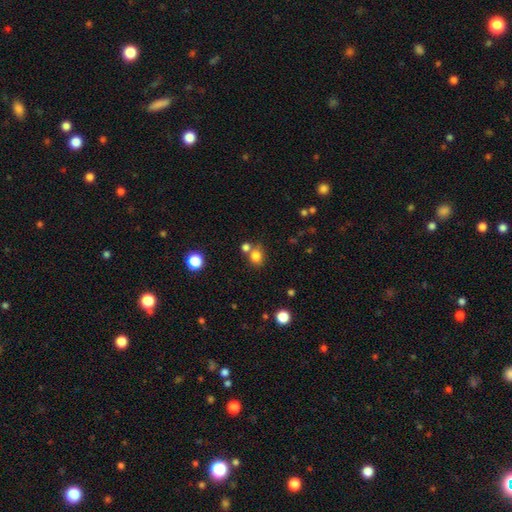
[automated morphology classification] The model was most divided on "merging": none: 61%, merger: 26%, minor disturbance: 9%, major disturbance: 3%. More confident: smooth or featured — smooth (80%); how rounded — round (72%).